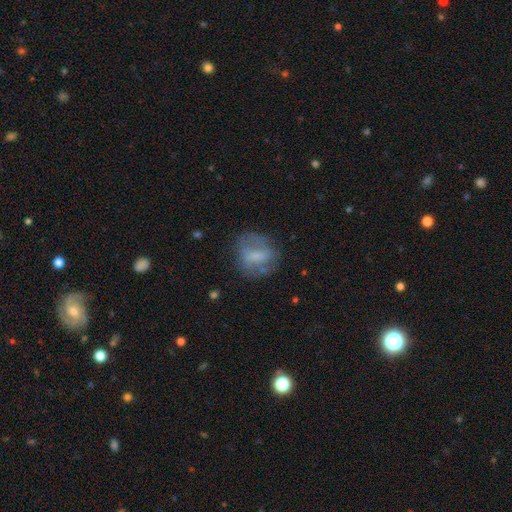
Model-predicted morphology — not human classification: This appears to be a smooth galaxy with no disk features (48%). Merging: none (66%).